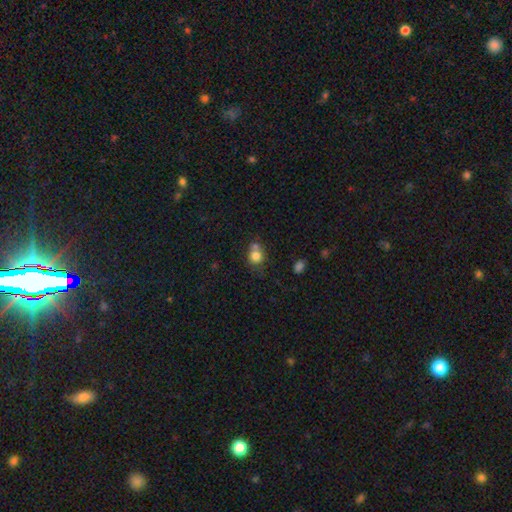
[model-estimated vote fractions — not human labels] smooth_or_featured: smooth (p=0.79) [alt: star or artifact p=0.11]
how_rounded: round (p=0.74) [alt: in between p=0.25]
merging: none (p=0.44) [alt: merger p=0.36]